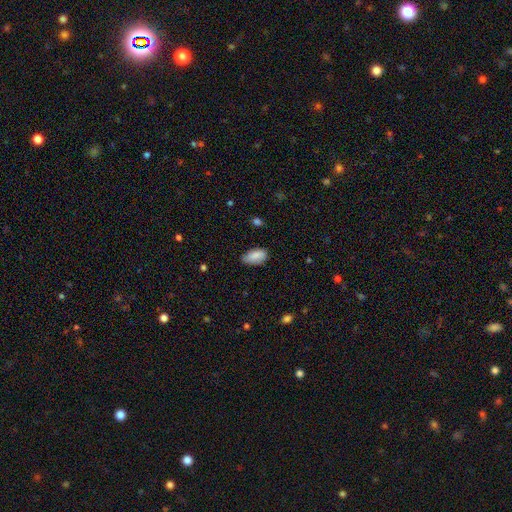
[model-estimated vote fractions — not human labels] Smooth or featured? Predicted: smooth (p=0.84). How rounded? Predicted: in between (p=0.93). Merging? Predicted: none (p=0.68).